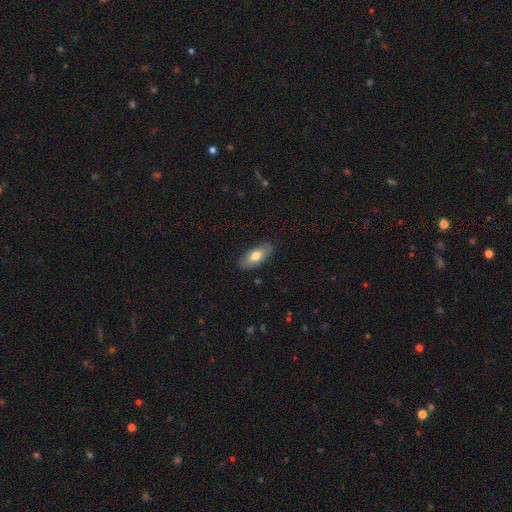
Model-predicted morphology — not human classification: Smooth or featured?
  - smooth: 73% *
  - featured or disk: 21%
  - star or artifact: 6%
How rounded?
  - in between: 85% *
  - cigar-shaped: 12%
  - round: 3%
Merging?
  - none: 85% *
  - minor disturbance: 12%
  - major disturbance: 2%
  - merger: 1%